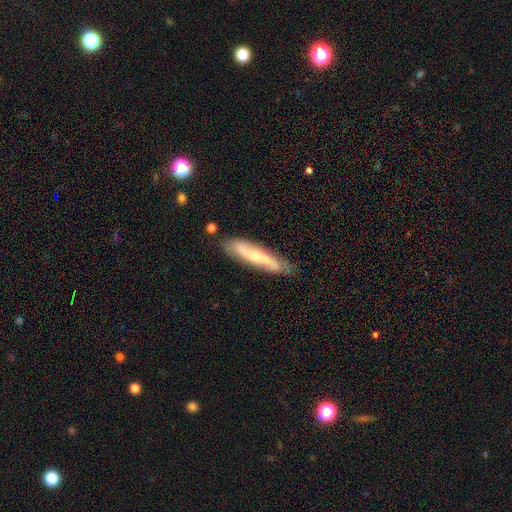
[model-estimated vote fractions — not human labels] Overall: featured or disk (59%; smooth 35%). Edge-on disk: no (57%; yes 43%). Merging: none (79%).